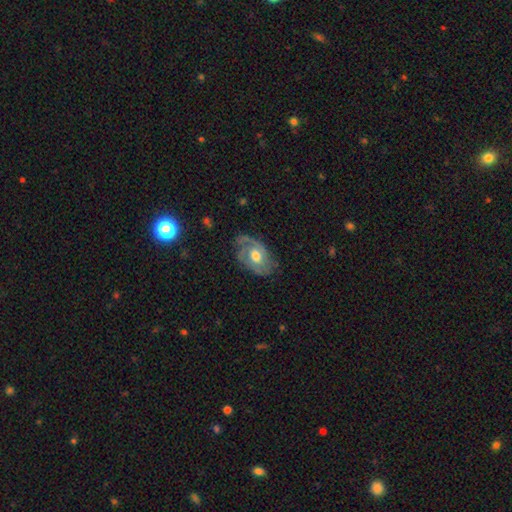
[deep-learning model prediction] smooth_or_featured: featured or disk (p=0.77) [alt: smooth p=0.17]
disk_edge_on: no (p=0.95) [alt: yes p=0.05]
bar: no (p=0.66) [alt: weak p=0.28]
has_spiral_arms: yes (p=0.87) [alt: no p=0.13]
spiral_winding: tight (p=0.46) [alt: medium p=0.39]
spiral_arm_count: 2 (p=0.52) [alt: can't tell p=0.21]
bulge_size: moderate (p=0.69) [alt: large p=0.22]
merging: none (p=0.65) [alt: minor disturbance p=0.23]